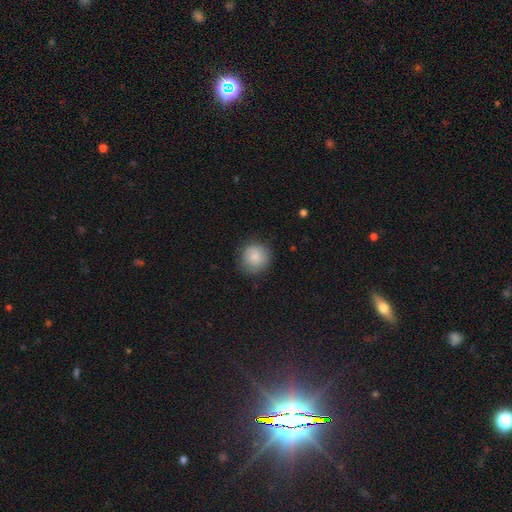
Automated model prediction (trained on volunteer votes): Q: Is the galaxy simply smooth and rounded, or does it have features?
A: smooth — 83%.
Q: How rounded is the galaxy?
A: round — 90%.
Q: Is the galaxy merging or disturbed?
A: none — 82%.